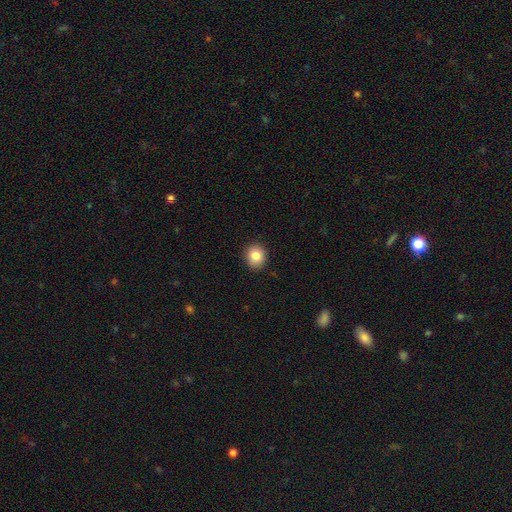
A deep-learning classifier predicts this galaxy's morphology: The model was most divided on "how rounded": round: 71%, in between: 28%, cigar-shaped: 1%. More confident: merging — none (90%); smooth or featured — smooth (84%).